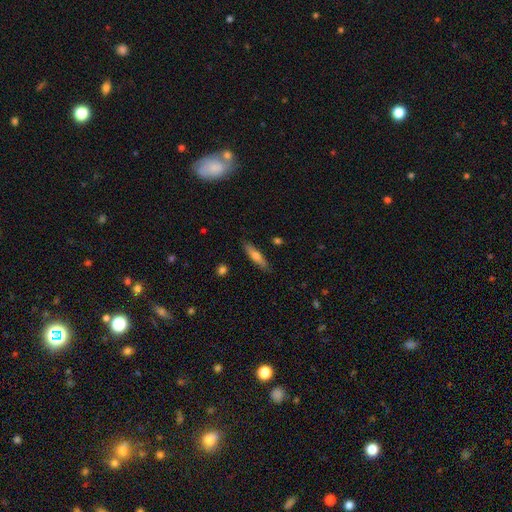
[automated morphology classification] A smooth galaxy with no disk features (61%) that is cigar-shaped (78%). Merging: none (87%).